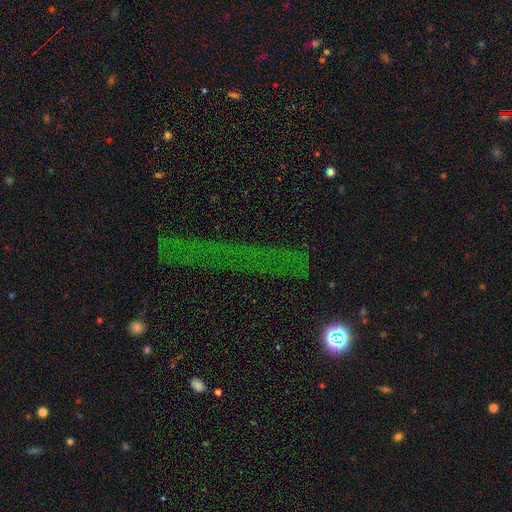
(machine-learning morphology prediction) Smooth or featured? star or artifact (70%)